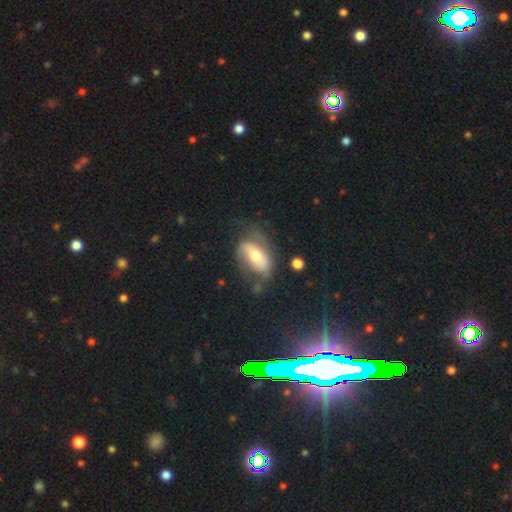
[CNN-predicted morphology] Overall: featured or disk (62%; smooth 31%). Edge-on disk: no (91%). Bar: no (39%; strong 33%). Spiral arms: yes (69%; no 31%). Bulge size: moderate (63%; small 26%). Merging: none (46%; major disturbance 26%).